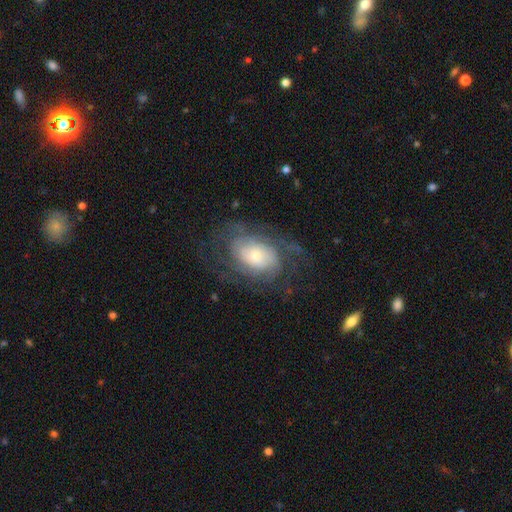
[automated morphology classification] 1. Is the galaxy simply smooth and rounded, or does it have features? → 71% featured or disk, 22% smooth, 7% star or artifact.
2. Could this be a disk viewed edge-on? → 96% no, 4% yes.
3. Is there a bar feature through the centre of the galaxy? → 75% no, 21% weak, 4% strong.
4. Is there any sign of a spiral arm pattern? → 87% yes, 13% no.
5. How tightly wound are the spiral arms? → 51% tight, 33% medium, 16% loose.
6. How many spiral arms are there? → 49% can't tell, 20% 2, 11% 3, 9% 4, 6% more than 4, 5% 1.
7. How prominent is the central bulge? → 49% small, 33% moderate, 13% large, 3% dominant, 2% none.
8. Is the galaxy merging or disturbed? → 61% none, 19% major disturbance, 19% minor disturbance, 1% merger.